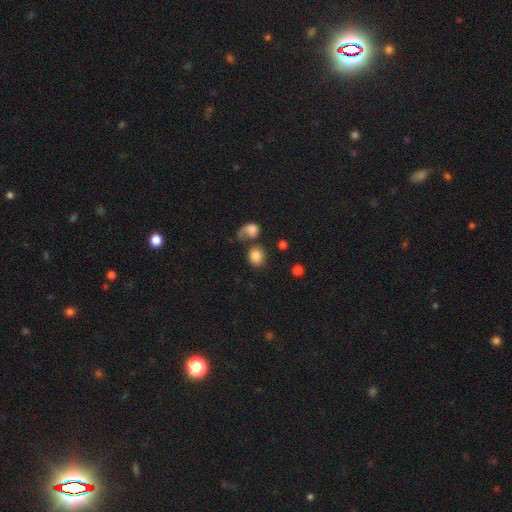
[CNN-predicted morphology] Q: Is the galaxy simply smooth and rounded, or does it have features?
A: smooth — 81%.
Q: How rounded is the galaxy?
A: round — 75%.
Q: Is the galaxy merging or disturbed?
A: none — 57%.